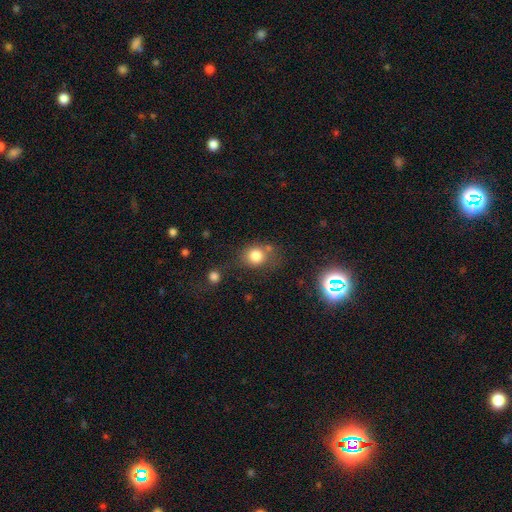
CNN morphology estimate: The model was most divided on "how rounded": round: 71%, in between: 28%, cigar-shaped: 1%. More confident: smooth or featured — smooth (80%); merging — none (63%).